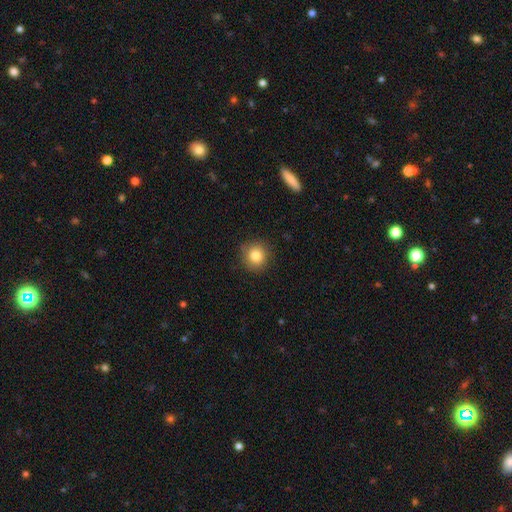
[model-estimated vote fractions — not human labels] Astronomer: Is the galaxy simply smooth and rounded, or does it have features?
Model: smooth — 82%.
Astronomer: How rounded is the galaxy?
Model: round — 92%.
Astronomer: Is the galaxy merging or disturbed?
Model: none — 87%.